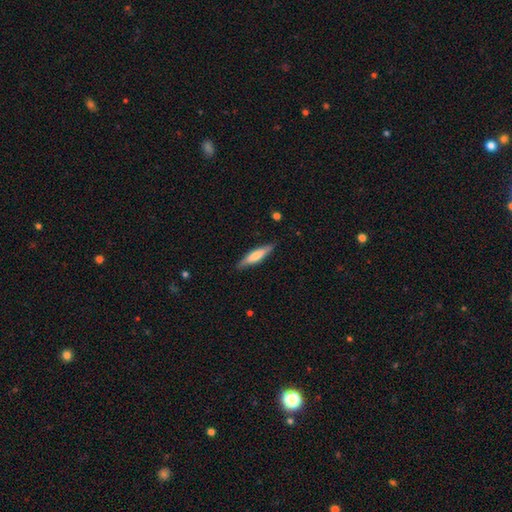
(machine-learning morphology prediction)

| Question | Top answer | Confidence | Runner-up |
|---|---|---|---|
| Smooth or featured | smooth | 61% | featured or disk (34%) |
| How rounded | cigar-shaped | 82% | in between (17%) |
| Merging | none | 86% | minor disturbance (10%) |